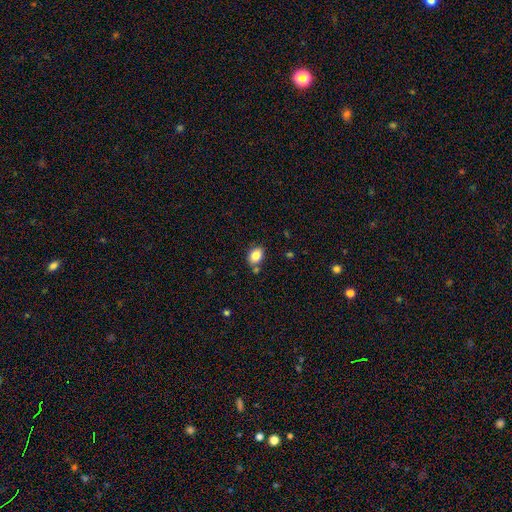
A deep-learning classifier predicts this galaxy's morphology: This appears to be a smooth galaxy with no disk features (85%) that is in between round and cigar-shaped (67%). Merging: none (72%).